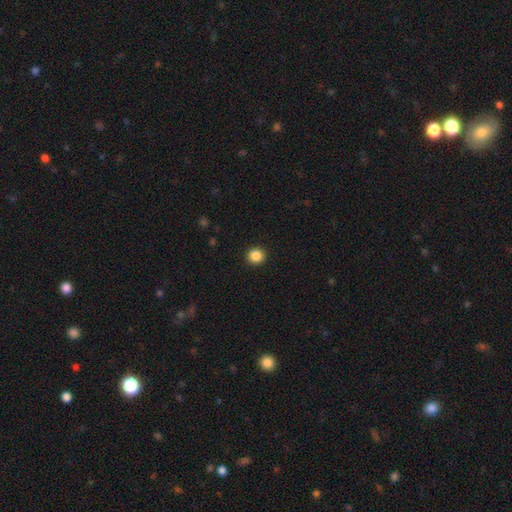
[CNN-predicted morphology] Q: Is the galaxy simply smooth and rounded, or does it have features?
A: smooth — 87%.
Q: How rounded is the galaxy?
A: round — 92%.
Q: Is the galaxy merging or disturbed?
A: none — 93%.